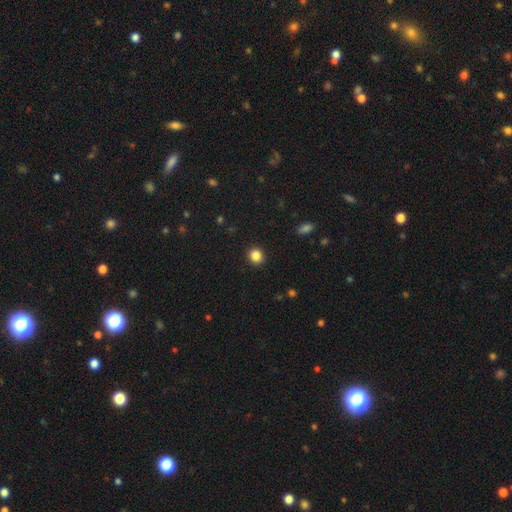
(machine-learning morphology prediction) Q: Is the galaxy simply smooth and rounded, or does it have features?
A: smooth — 85%.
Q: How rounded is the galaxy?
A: round — 83%.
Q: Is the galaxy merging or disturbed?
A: none — 92%.